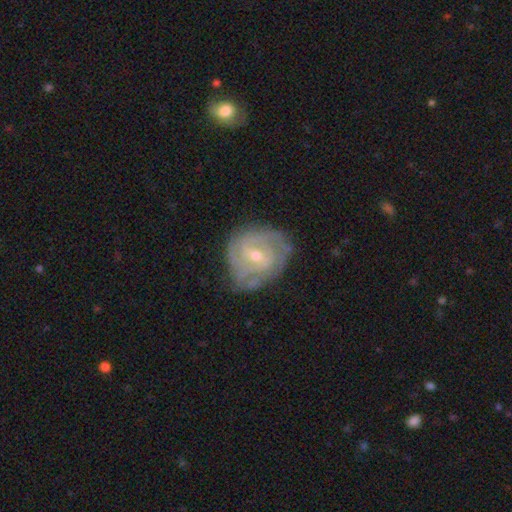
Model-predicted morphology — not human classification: smooth-or-featured: featured or disk: 79% | smooth: 15% | star or artifact: 6%
  disk-edge-on: no: 97% | yes: 3%
    bar: weak: 49% | no: 41% | strong: 10%
    has-spiral-arms: yes: 88% | no: 12%
      spiral-winding: tight: 63% | medium: 29% | loose: 8%
      spiral-arm-count: can't tell: 38% | 2: 28% | 3: 19% | 4: 7% | 1: 4% | more than 4: 4%
    bulge-size: small: 52% | moderate: 45% | large: 1% | none: 1% | dominant: 1%
  merging: none: 65% | minor disturbance: 25% | major disturbance: 9% | merger: 2%